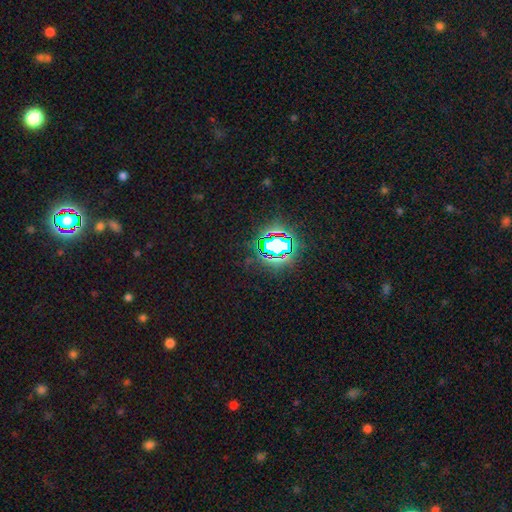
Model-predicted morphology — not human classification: A star or artifact, not a galaxy (83%).

Vote fractions:
- Smooth or featured? star or artifact: 83% / smooth: 11% / featured or disk: 7%